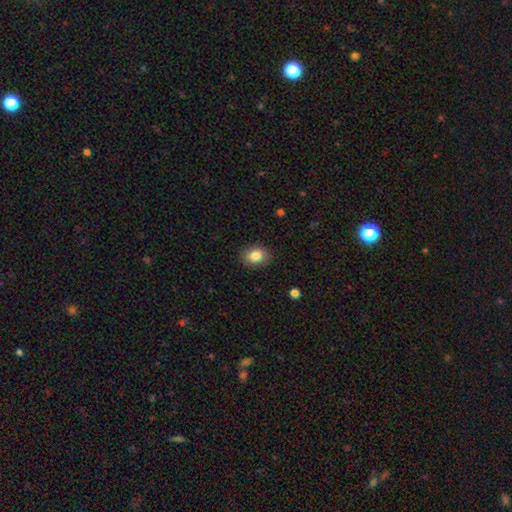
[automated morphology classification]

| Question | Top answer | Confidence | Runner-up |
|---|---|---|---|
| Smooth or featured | smooth | 84% | star or artifact (8%) |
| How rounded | in between | 64% | round (35%) |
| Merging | none | 85% | minor disturbance (11%) |